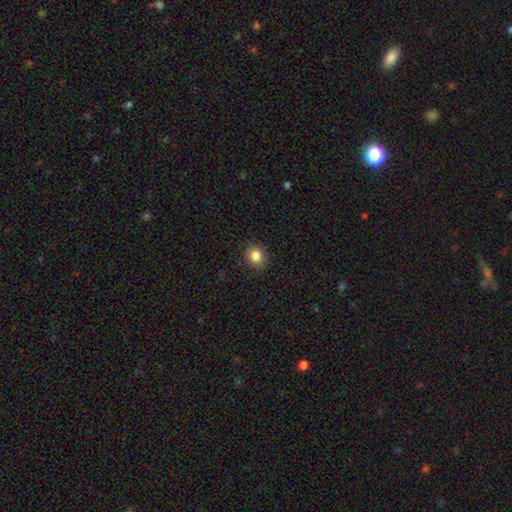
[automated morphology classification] Smooth or featured: smooth — 85% (star or artifact — 11%)
How rounded: round — 76% (in between — 23%)
Merging: none — 89% (minor disturbance — 8%)